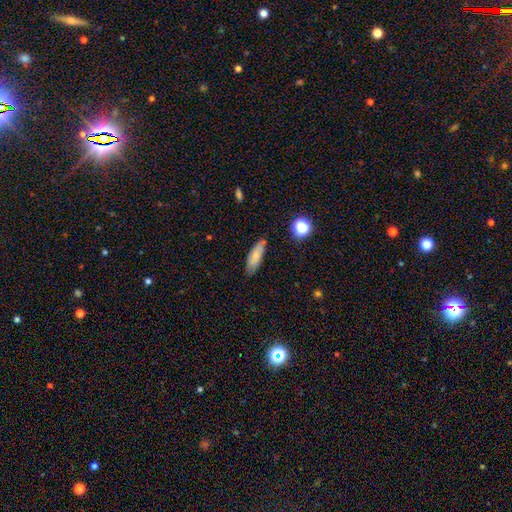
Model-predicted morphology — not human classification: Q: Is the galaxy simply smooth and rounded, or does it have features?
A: smooth — 74%.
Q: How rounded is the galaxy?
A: in between — 57%.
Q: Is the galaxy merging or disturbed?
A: none — 74%.